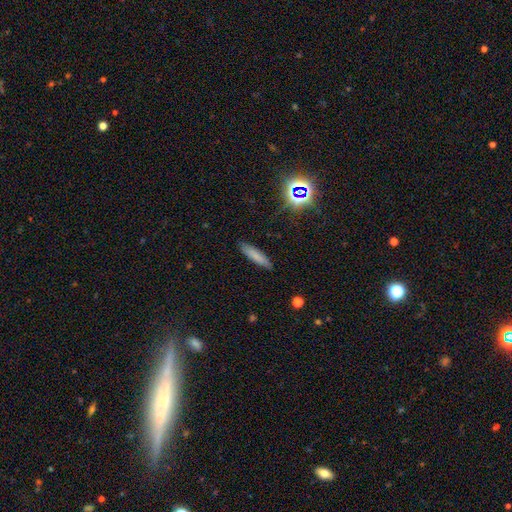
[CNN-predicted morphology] smooth-or-featured: smooth: 76% | featured or disk: 14% | star or artifact: 11%
  how-rounded: cigar-shaped: 78% | in between: 20% | round: 2%
  merging: none: 87% | minor disturbance: 10% | major disturbance: 2% | merger: 1%